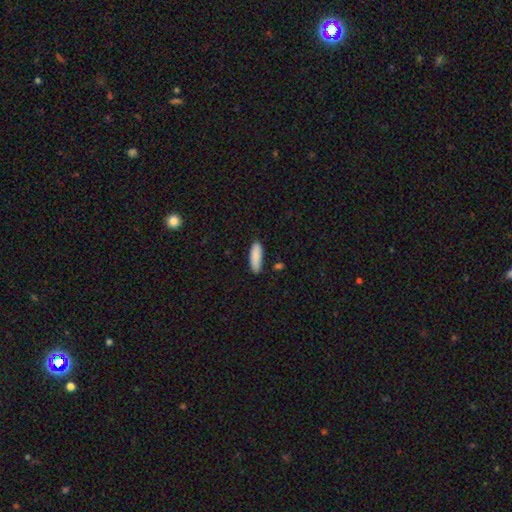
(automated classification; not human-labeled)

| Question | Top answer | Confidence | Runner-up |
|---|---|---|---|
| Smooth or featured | smooth | 88% | star or artifact (6%) |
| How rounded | in between | 54% | cigar-shaped (44%) |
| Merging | none | 81% | minor disturbance (14%) |